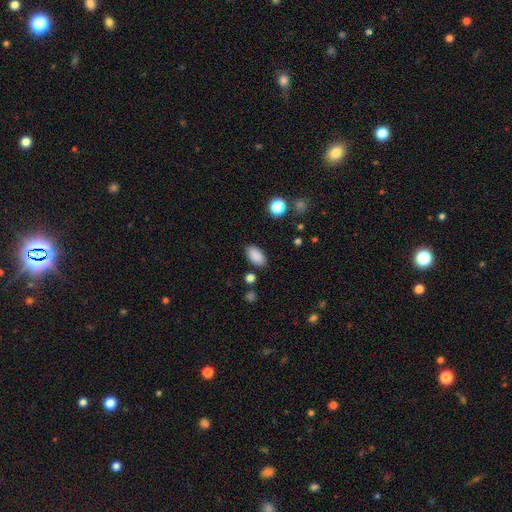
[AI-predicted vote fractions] Smooth or featured? Predicted: smooth (p=0.88). How rounded? Predicted: in between (p=0.93). Merging? Predicted: none (p=0.85).